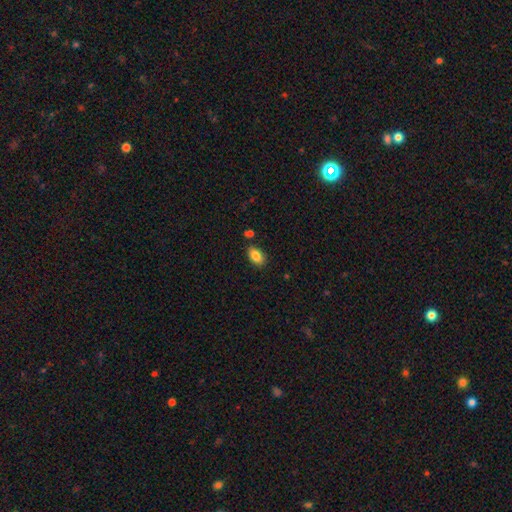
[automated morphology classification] type=smooth (84%); roundness=in between (91%); merging=none (83%).